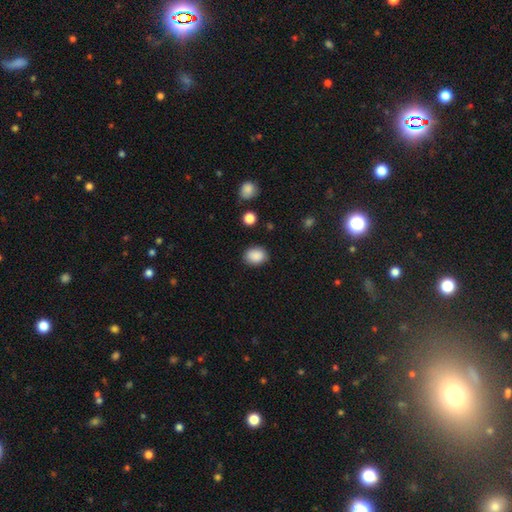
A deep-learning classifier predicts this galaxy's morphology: smooth_or_featured: smooth (p=0.88) [alt: star or artifact p=0.09]
how_rounded: in between (p=0.55) [alt: round p=0.44]
merging: none (p=0.85) [alt: minor disturbance p=0.11]